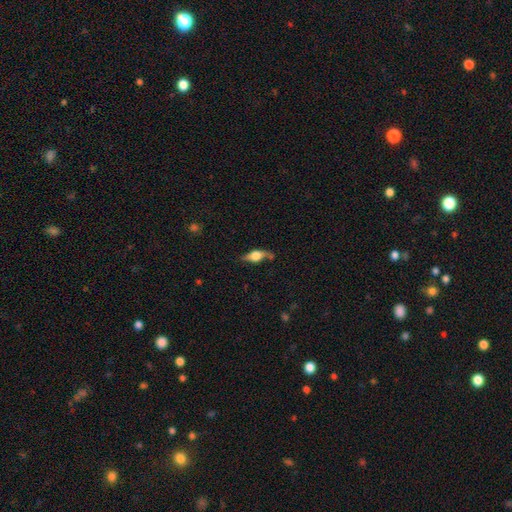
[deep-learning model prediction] Smooth or featured?
  - featured or disk: 52% *
  - smooth: 41%
  - star or artifact: 7%
Edge-on disk?
  - yes: 86% *
  - no: 14%
Merging?
  - none: 65% *
  - minor disturbance: 24%
  - major disturbance: 8%
  - merger: 4%